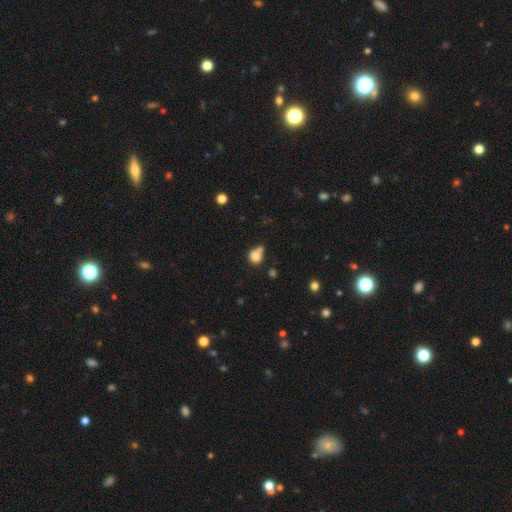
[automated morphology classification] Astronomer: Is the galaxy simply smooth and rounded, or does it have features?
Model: smooth — 80%.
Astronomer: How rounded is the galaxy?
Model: round — 73%.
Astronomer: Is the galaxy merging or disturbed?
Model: none — 41% (runner-up: merger, 35%).